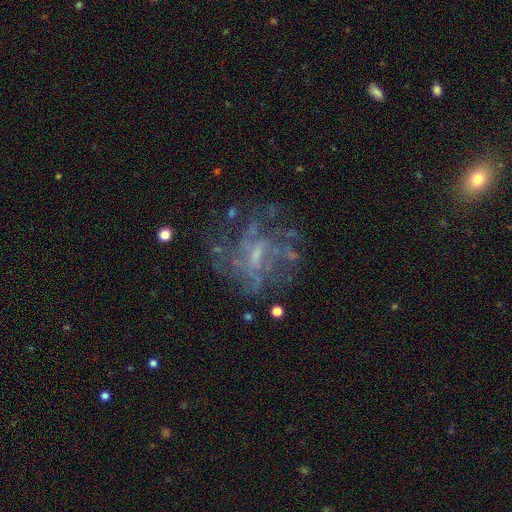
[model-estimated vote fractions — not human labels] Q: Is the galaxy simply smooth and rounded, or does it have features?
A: featured or disk — 76%.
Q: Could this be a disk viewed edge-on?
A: no — 97%.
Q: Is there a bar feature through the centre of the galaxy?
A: weak — 49%.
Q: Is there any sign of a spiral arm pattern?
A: yes — 70%.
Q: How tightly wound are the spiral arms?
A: medium — 41%.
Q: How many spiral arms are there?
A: can't tell — 47%.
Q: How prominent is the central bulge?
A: small — 49%.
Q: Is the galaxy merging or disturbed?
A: none — 59%.